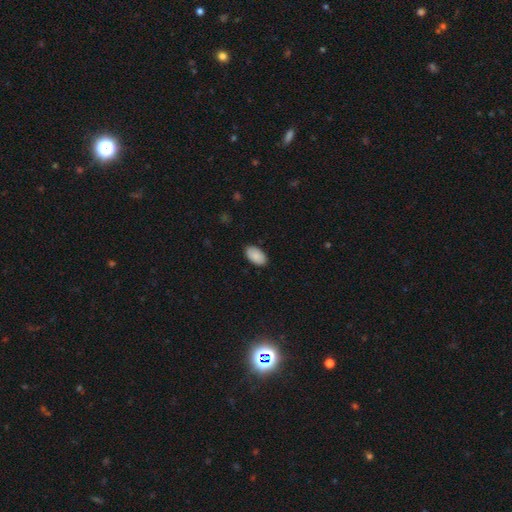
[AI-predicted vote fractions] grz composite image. It shows a smooth galaxy with no disk features (89%) that is in between round and cigar-shaped (95%). Merging: none (88%).